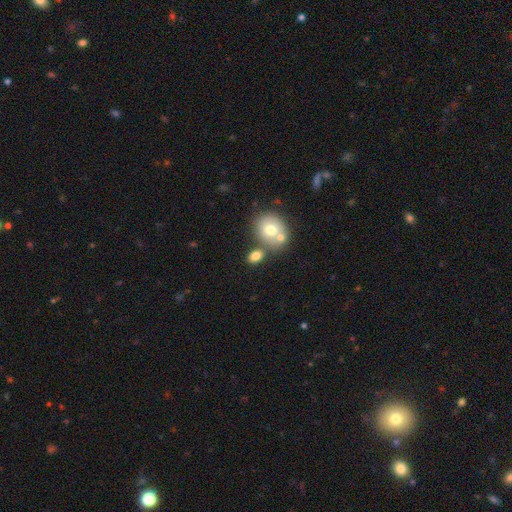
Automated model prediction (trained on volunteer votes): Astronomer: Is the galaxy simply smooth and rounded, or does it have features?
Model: smooth — 76%.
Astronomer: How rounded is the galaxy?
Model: in between — 66%.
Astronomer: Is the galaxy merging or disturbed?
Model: none — 54% (runner-up: merger, 29%).